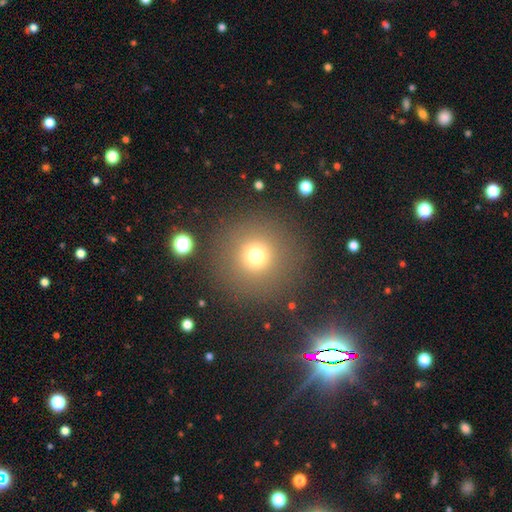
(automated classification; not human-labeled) Morphology: type=smooth (71%); roundness=round (95%); merging=none (85%).